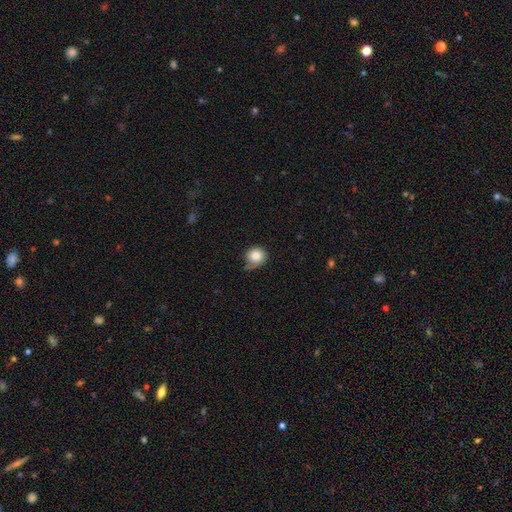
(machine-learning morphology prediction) type=smooth (80%); roundness=round (82%); merging=none (51%).